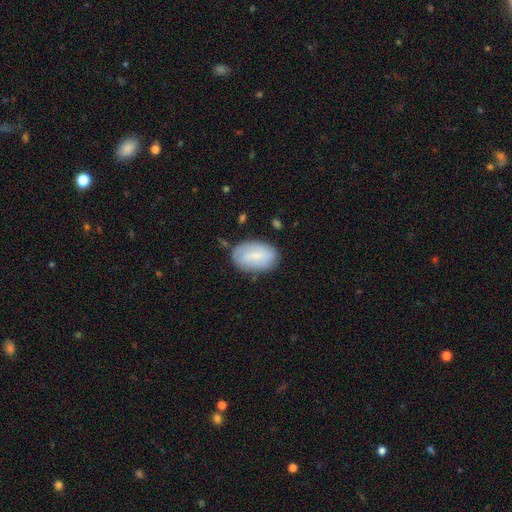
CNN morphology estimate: Overall: smooth (55%; featured or disk 38%). How rounded: in between (91%). Merging: none (75%).